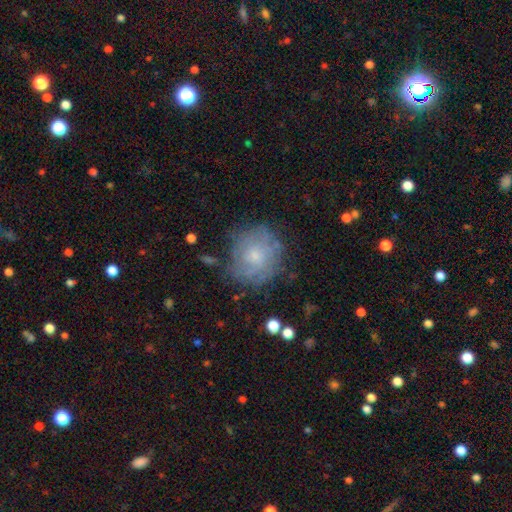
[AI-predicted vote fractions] Smooth or featured: featured or disk — 50% (smooth — 41%)
Merging: none — 69% (minor disturbance — 20%)